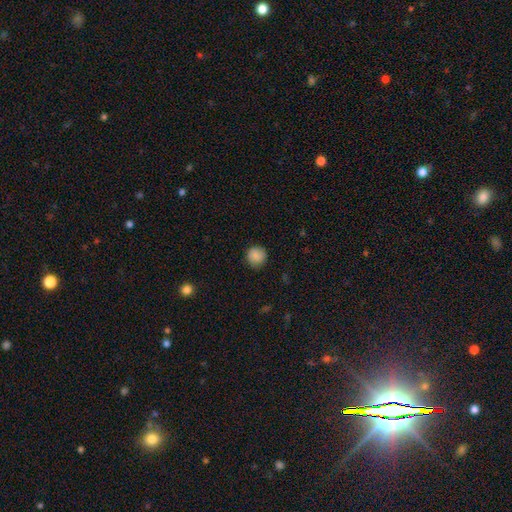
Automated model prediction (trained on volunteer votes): Smooth or featured? Predicted: smooth (p=0.87). How rounded? Predicted: round (p=0.93). Merging? Predicted: none (p=0.88).